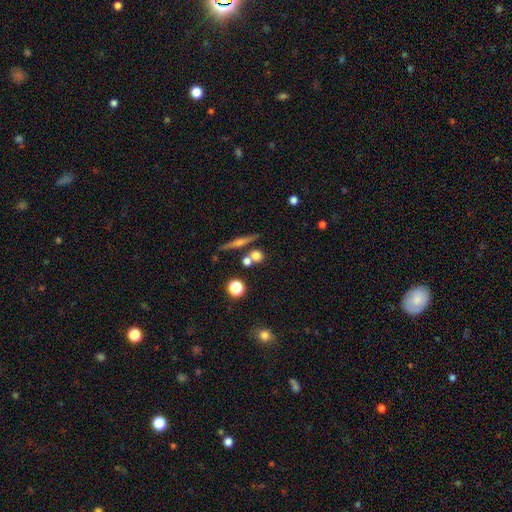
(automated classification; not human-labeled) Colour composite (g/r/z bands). It shows a smooth galaxy with no disk features (63%) that is round (76%). Merging: none (65%).